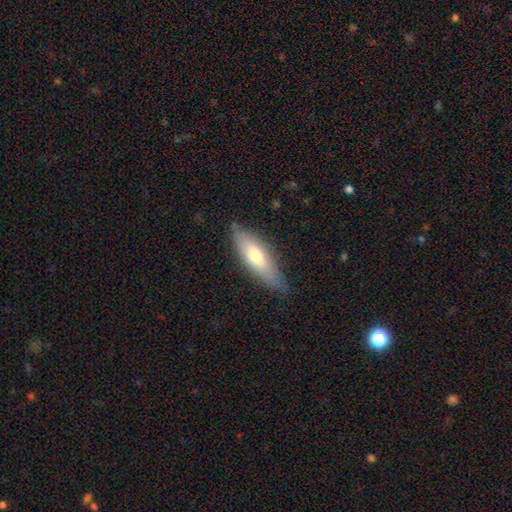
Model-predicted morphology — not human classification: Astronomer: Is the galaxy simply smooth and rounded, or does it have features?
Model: smooth — 64%.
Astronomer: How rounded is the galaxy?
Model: in between — 57% (runner-up: cigar-shaped, 41%).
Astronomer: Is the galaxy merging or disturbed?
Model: none — 76%.